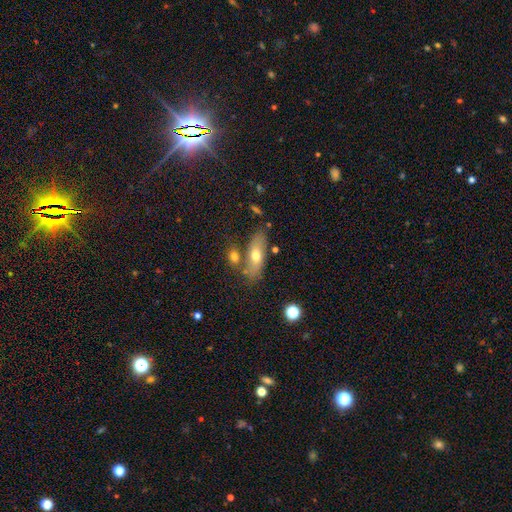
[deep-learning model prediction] Smooth or featured? Predicted: smooth (p=0.61). How rounded? Predicted: in between (p=0.67). Merging? Predicted: none (p=0.68).